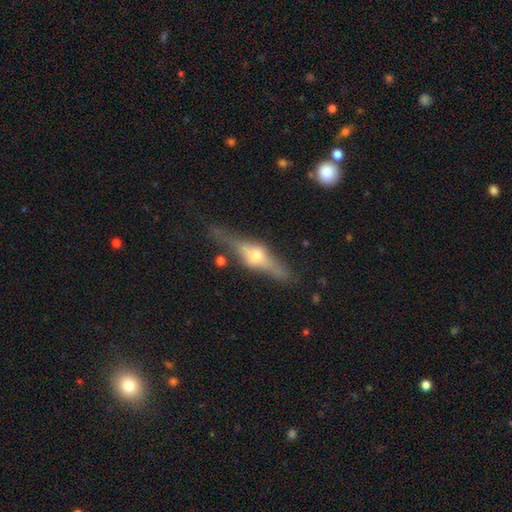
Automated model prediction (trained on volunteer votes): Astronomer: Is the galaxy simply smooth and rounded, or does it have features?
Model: featured or disk — 71%.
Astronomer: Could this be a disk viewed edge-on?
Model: yes — 92%.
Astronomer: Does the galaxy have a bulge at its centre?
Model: rounded — 93%.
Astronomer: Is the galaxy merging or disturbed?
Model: none — 74%.